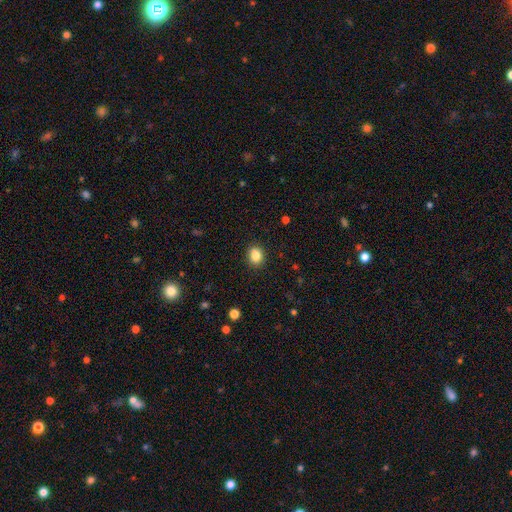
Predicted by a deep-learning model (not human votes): smooth-or-featured: smooth: 85% | star or artifact: 10% | featured or disk: 5%
  how-rounded: in between: 50% | round: 49% | cigar-shaped: 1%
  merging: none: 89% | minor disturbance: 8% | major disturbance: 2% | merger: 1%